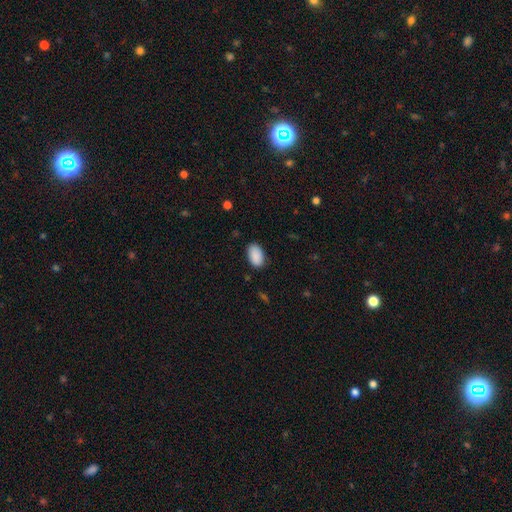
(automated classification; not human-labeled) Smooth or featured? smooth (90%)
How rounded? in between (95%)
Merging? none (85%)